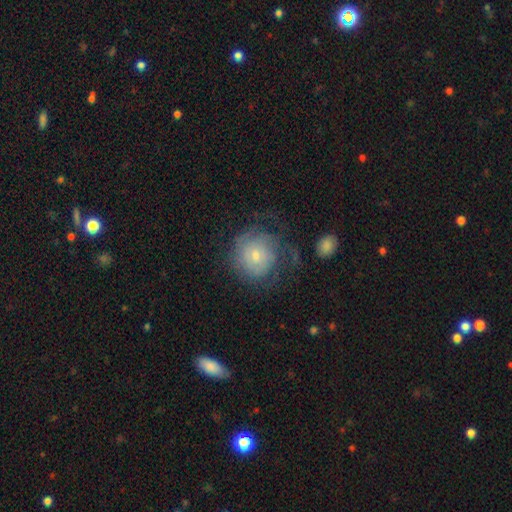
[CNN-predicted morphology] Smooth or featured?
  - featured or disk: 49% *
  - smooth: 43%
  - star or artifact: 8%
Merging?
  - none: 54% *
  - major disturbance: 23%
  - minor disturbance: 20%
  - merger: 3%